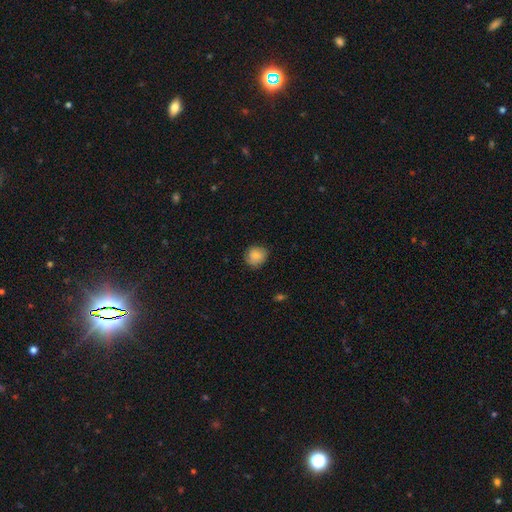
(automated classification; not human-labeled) Morphology: type=smooth (82%); roundness=round (84%); merging=none (78%).